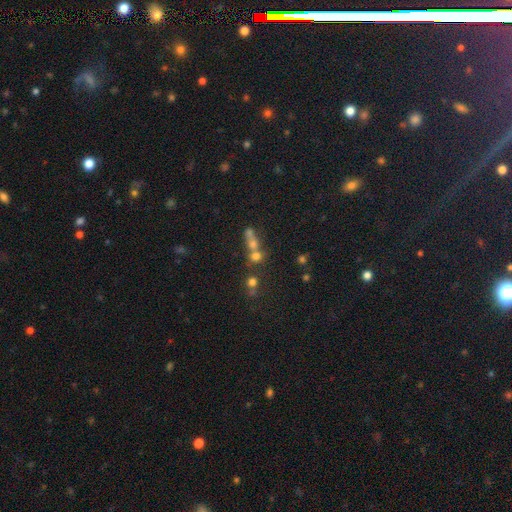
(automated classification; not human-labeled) The model was most divided on "merging": merger: 51%, none: 35%, minor disturbance: 7%, major disturbance: 6%. More confident: how rounded — round (71%); smooth or featured — smooth (55%).